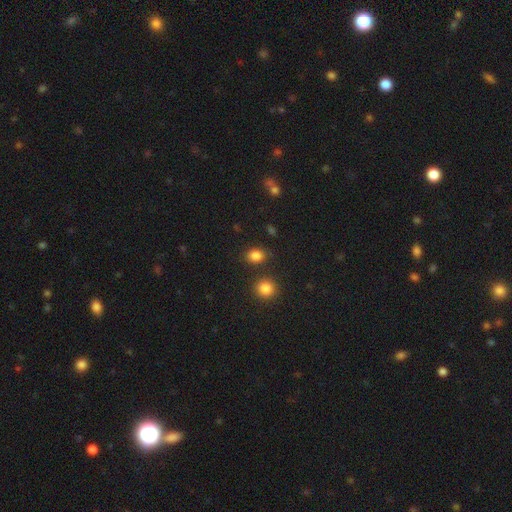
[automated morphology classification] Overall: smooth (85%). How rounded: in between (58%; round 41%). Merging: none (81%).